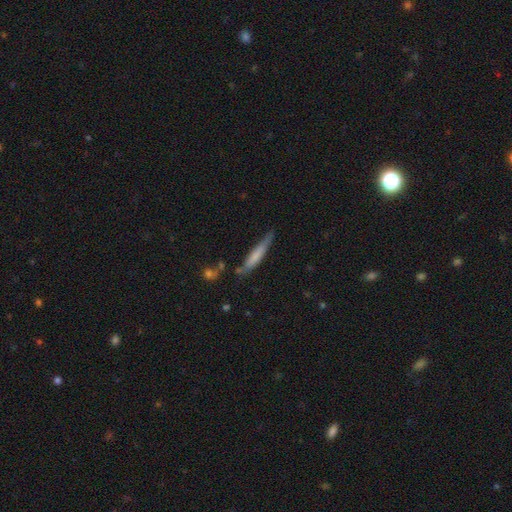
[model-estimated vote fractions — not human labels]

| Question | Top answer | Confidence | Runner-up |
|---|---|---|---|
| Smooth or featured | smooth | 63% | featured or disk (31%) |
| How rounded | cigar-shaped | 90% | in between (9%) |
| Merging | none | 66% | minor disturbance (24%) |